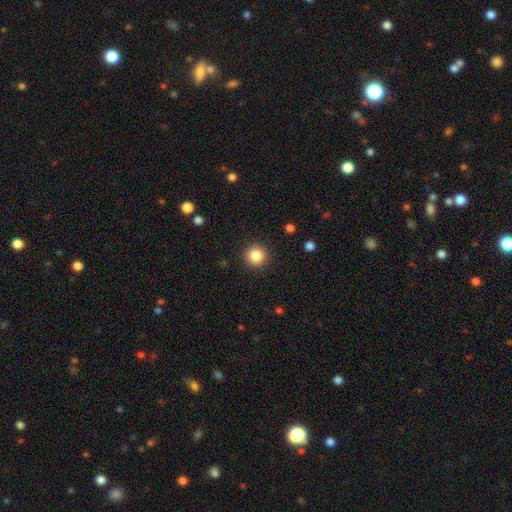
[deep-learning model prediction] The model was most divided on "smooth or featured": smooth: 85%, star or artifact: 10%, featured or disk: 5%. More confident: how rounded — round (95%); merging — none (92%).